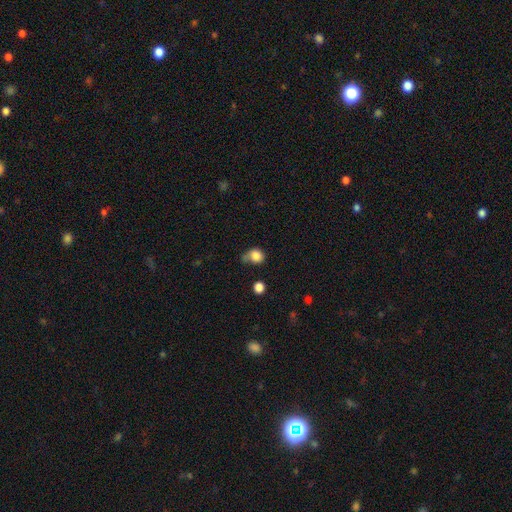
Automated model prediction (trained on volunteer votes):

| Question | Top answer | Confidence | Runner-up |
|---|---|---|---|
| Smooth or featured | smooth | 82% | star or artifact (9%) |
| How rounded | round | 72% | in between (27%) |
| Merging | none | 39% | minor disturbance (32%) |